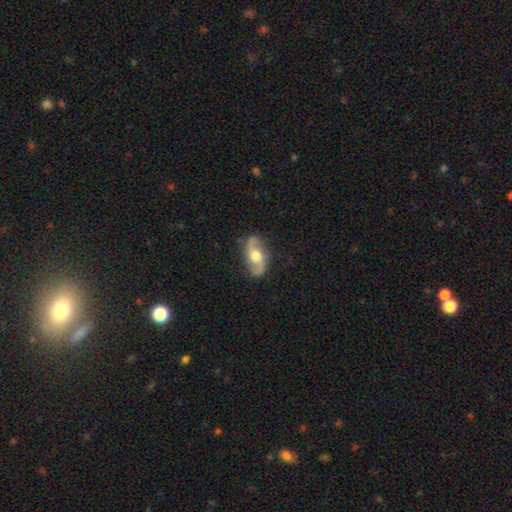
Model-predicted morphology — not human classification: A featured or disk galaxy (75%) with no bar (56%), 2 (92%) loose (61%) spiral arms (89%) and a moderate central bulge (69%). Merging: none (82%).